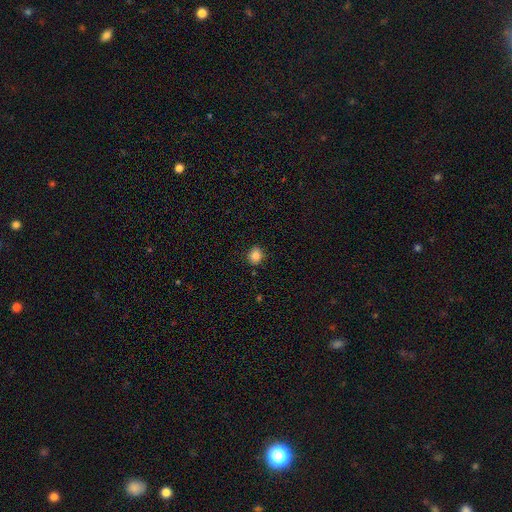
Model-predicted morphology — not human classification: This appears to be a smooth galaxy with no disk features (84%) that is round (76%). Merging: none (88%).